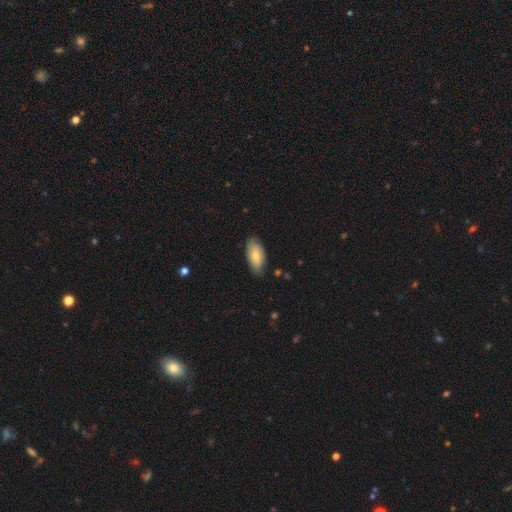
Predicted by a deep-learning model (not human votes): Smooth or featured?
  - smooth: 71% *
  - featured or disk: 22%
  - star or artifact: 6%
How rounded?
  - in between: 92% *
  - cigar-shaped: 5%
  - round: 3%
Merging?
  - none: 75% *
  - minor disturbance: 21%
  - major disturbance: 3%
  - merger: 1%